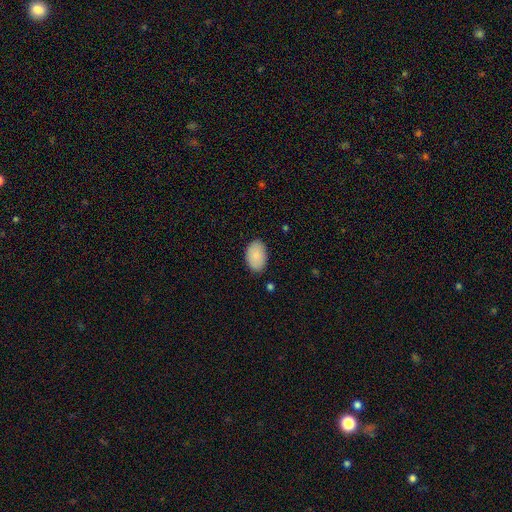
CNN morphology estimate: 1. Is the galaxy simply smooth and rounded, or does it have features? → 88% smooth, 6% star or artifact, 5% featured or disk.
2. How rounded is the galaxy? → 89% in between, 10% round, 1% cigar-shaped.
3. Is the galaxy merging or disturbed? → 84% none, 12% minor disturbance, 2% major disturbance, 1% merger.